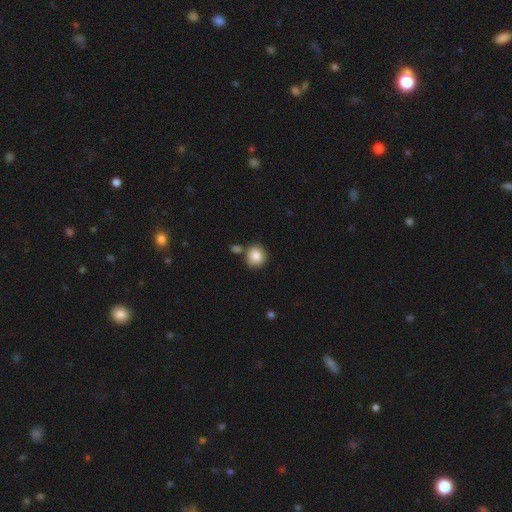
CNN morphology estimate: Smooth or featured: smooth — 85% (star or artifact — 8%)
How rounded: round — 86% (in between — 13%)
Merging: none — 74% (merger — 13%)